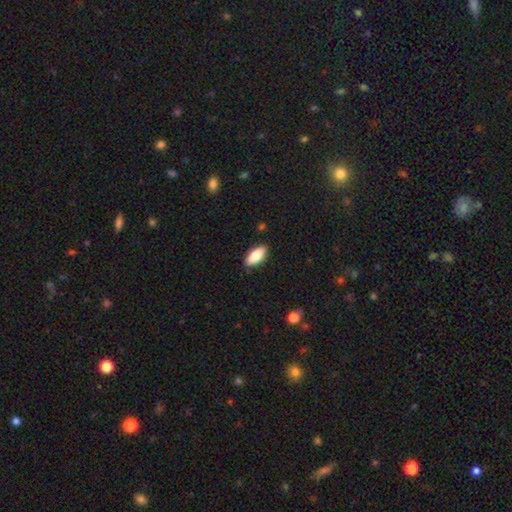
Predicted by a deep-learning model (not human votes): A smooth galaxy with no disk features (85%) that is in between round and cigar-shaped (89%). Merging: none (88%).